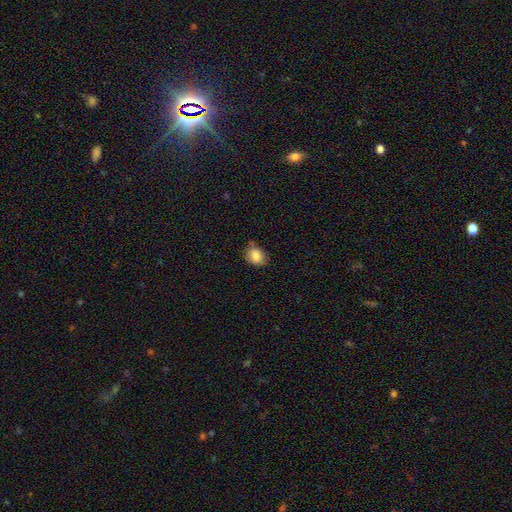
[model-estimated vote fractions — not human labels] Morphology: type=smooth (85%); roundness=in between (57%); merging=none (67%).